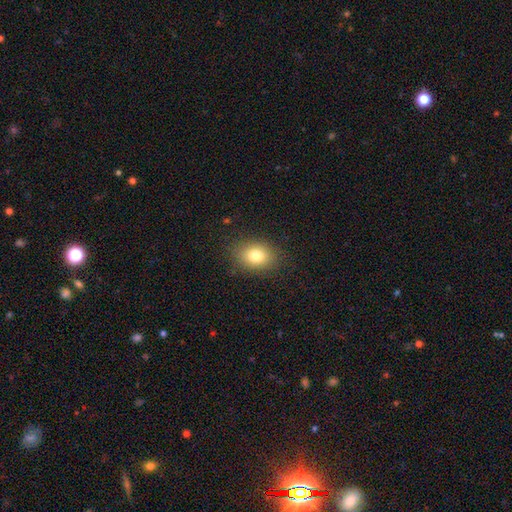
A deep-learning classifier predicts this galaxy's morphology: Overall: smooth (80%). How rounded: in between (68%; round 31%). Merging: none (85%).